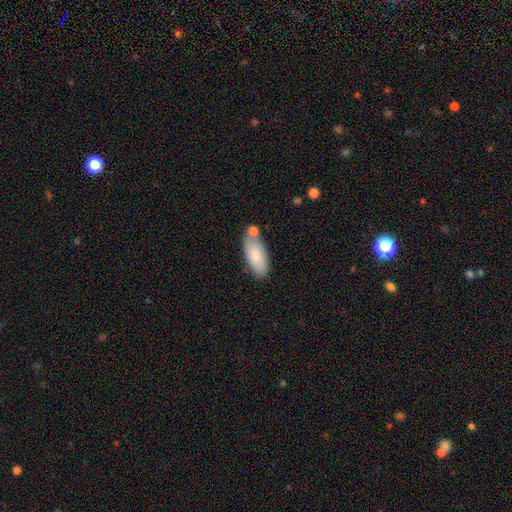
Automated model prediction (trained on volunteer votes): Morphology: type=smooth (78%); roundness=in between (84%); merging=none (60%).